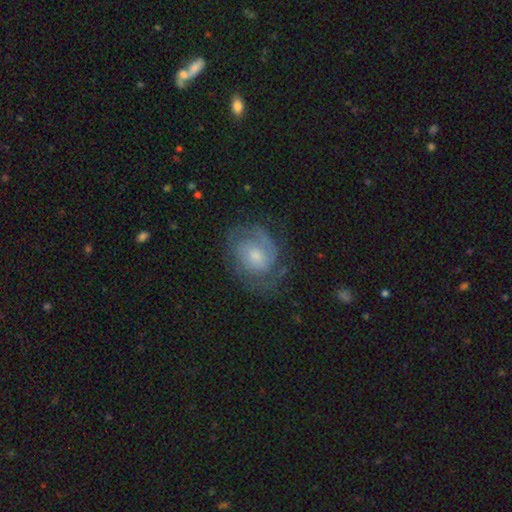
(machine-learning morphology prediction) Smooth or featured? Predicted: featured or disk (p=0.76). Edge-on disk? Predicted: no (p=0.98). Bar? Predicted: no (p=0.62). Spiral arms? Predicted: yes (p=0.92). Spiral winding? Predicted: tight (p=0.53). Spiral arm count? Predicted: 2 (p=0.54). Bulge size? Predicted: small (p=0.49). Merging? Predicted: none (p=0.67).